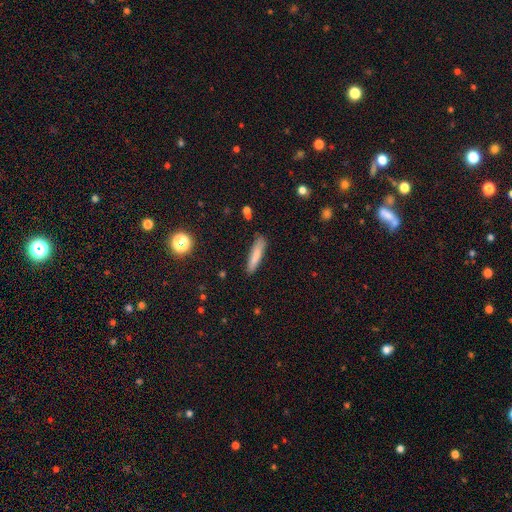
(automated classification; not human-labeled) smooth-or-featured: smooth: 81% | featured or disk: 11% | star or artifact: 8%
  how-rounded: cigar-shaped: 83% | in between: 15% | round: 1%
  merging: none: 83% | minor disturbance: 13% | major disturbance: 3% | merger: 2%